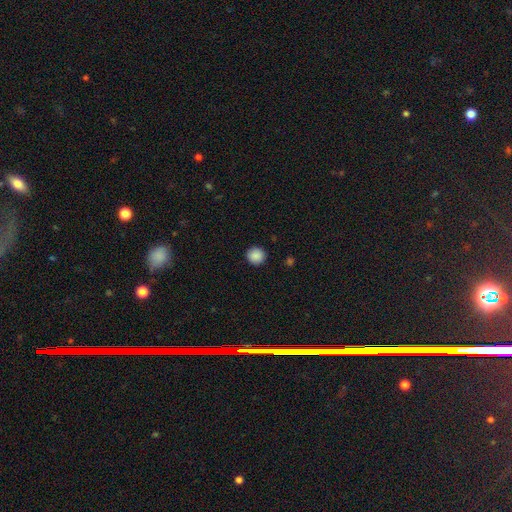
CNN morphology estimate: Smooth or featured?
  - smooth: 88% *
  - star or artifact: 9%
  - featured or disk: 3%
How rounded?
  - round: 93% *
  - in between: 6%
  - cigar-shaped: 1%
Merging?
  - none: 91% *
  - minor disturbance: 6%
  - major disturbance: 2%
  - merger: 1%